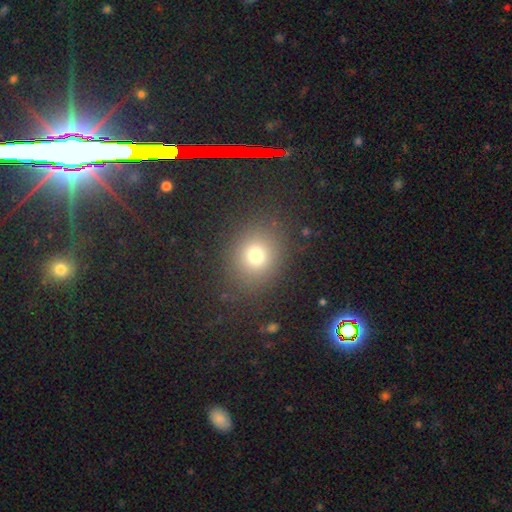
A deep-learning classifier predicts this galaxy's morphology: A smooth galaxy with no disk features (73%) that is round (76%).

Vote fractions:
- Smooth or featured? smooth: 73% / star or artifact: 18% / featured or disk: 9%
- How rounded? round: 76% / in between: 23% / cigar-shaped: 1%
- Merging? none: 85% / minor disturbance: 9% / major disturbance: 5% / merger: 2%